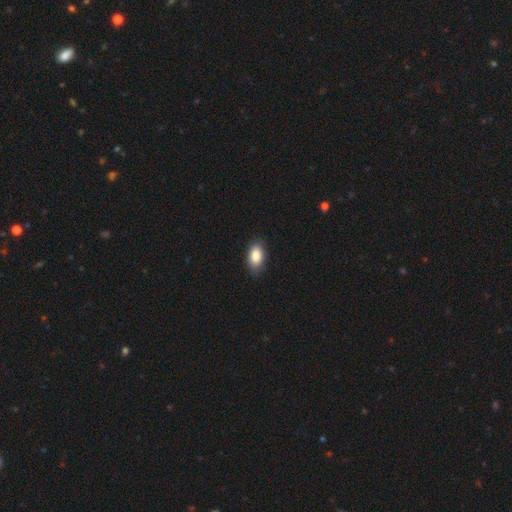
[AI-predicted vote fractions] Overall: smooth (86%). How rounded: in between (91%). Merging: none (82%).